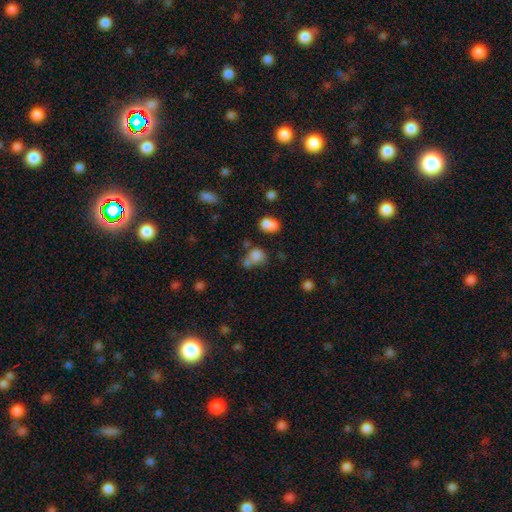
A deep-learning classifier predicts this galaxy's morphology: smooth-or-featured: smooth: 76% | star or artifact: 13% | featured or disk: 11%
  how-rounded: round: 59% | in between: 40% | cigar-shaped: 1%
  merging: merger: 40% | none: 36% | minor disturbance: 15% | major disturbance: 9%